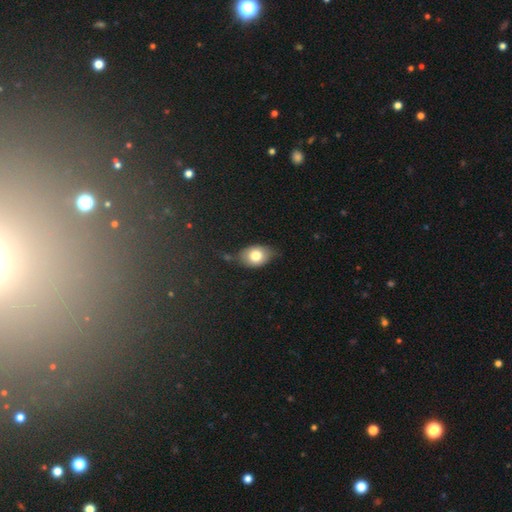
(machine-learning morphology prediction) smooth_or_featured: smooth (p=0.76) [alt: featured or disk p=0.15]
how_rounded: in between (p=0.74) [alt: round p=0.24]
merging: none (p=0.66) [alt: minor disturbance p=0.25]